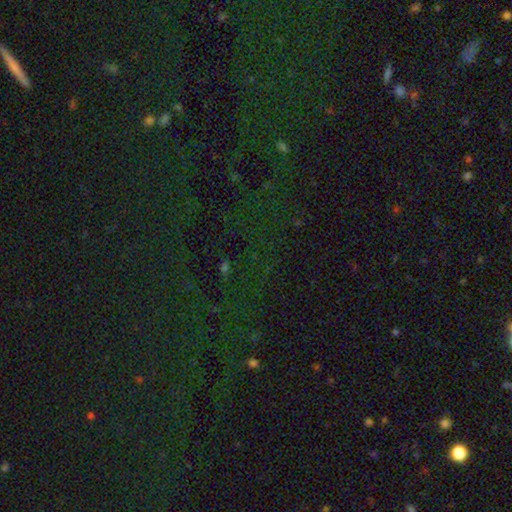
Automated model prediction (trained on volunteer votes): Smooth or featured?
  - star or artifact: 79% *
  - smooth: 13%
  - featured or disk: 8%